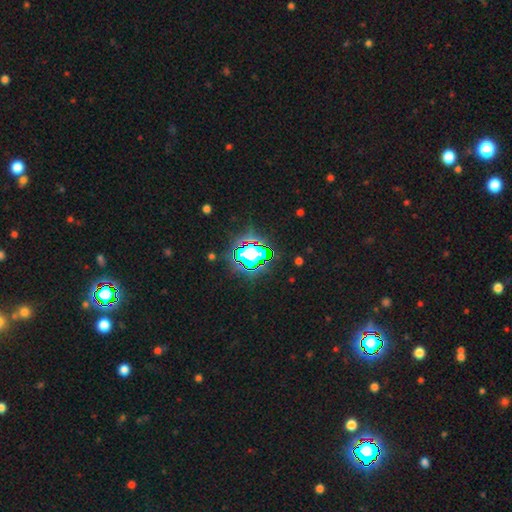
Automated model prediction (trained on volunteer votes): Overall: star or artifact (83%).